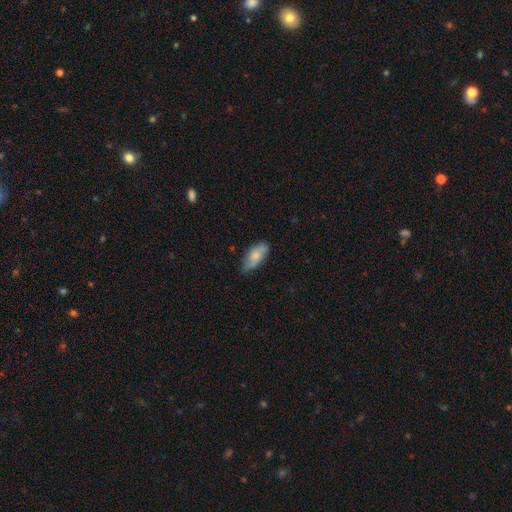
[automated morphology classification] Smooth or featured? Predicted: smooth (p=0.70). How rounded? Predicted: in between (p=0.87). Merging? Predicted: none (p=0.58).